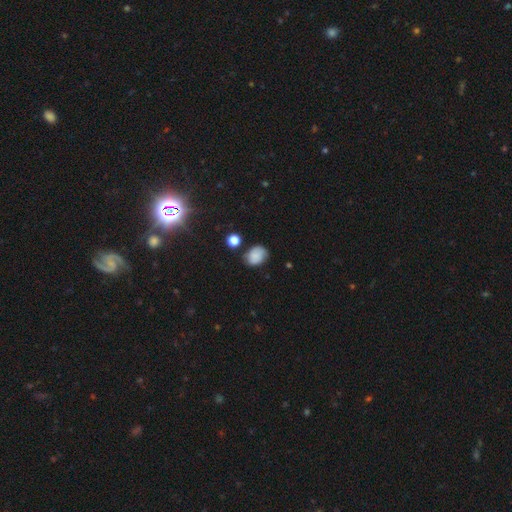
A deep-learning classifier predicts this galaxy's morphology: Smooth or featured: smooth — 74% (featured or disk — 14%)
How rounded: in between — 59% (round — 40%)
Merging: none — 67% (minor disturbance — 22%)